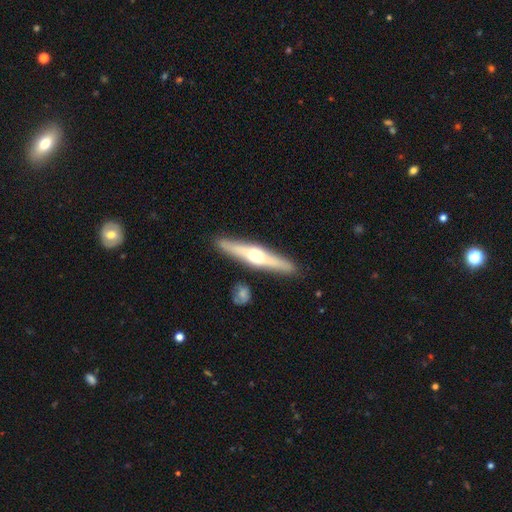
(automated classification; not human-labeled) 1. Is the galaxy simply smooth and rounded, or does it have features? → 64% featured or disk, 31% smooth, 5% star or artifact.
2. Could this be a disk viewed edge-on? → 93% yes, 7% no.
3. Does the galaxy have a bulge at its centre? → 89% rounded, 6% boxy, 5% none.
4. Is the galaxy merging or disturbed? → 87% none, 9% minor disturbance, 3% merger, 2% major disturbance.